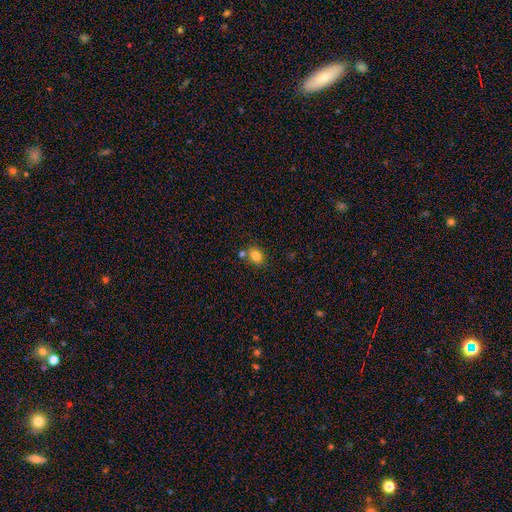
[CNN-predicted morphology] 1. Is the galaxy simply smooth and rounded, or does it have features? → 82% smooth, 11% star or artifact, 7% featured or disk.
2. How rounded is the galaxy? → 53% round, 46% in between, 1% cigar-shaped.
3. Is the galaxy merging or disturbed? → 67% none, 17% merger, 12% minor disturbance, 3% major disturbance.